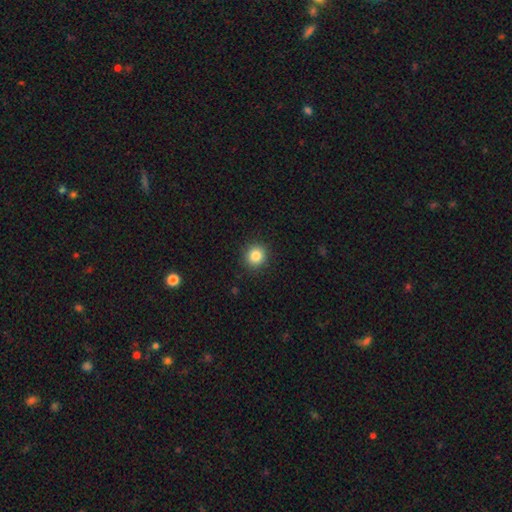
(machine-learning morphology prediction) This is clearly a smooth galaxy (85%). How rounded: clearly round (90%). Merging: clearly none (90%).